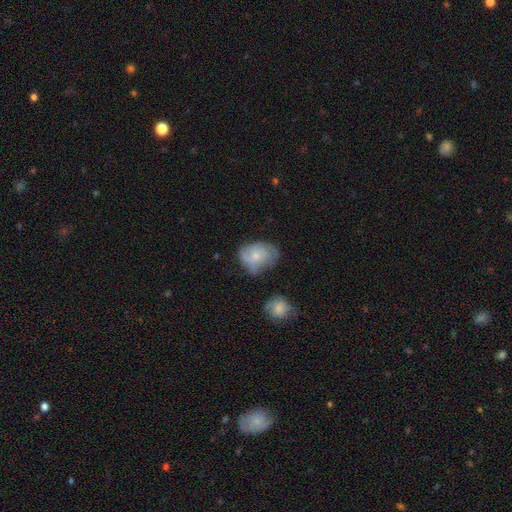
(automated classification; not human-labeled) Smooth or featured? featured or disk (48%)
Merging? none (47%)